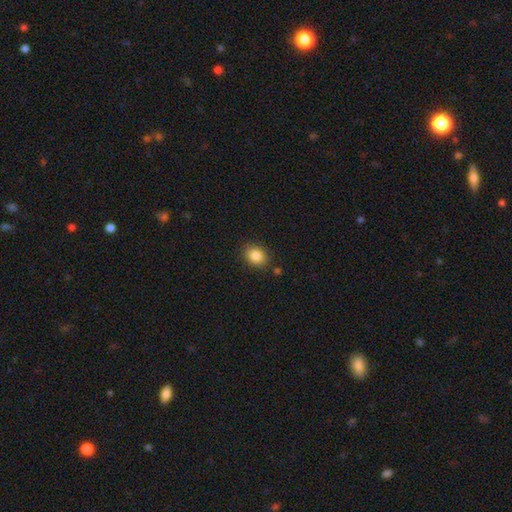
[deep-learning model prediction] smooth_or_featured: smooth (p=0.85) [alt: star or artifact p=0.09]
how_rounded: in between (p=0.56) [alt: round p=0.43]
merging: none (p=0.85) [alt: minor disturbance p=0.10]